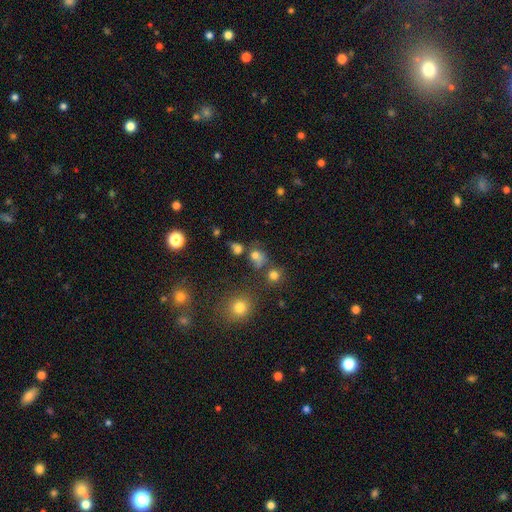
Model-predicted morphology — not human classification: type=smooth (66%); roundness=round (67%); merging=none (50%).